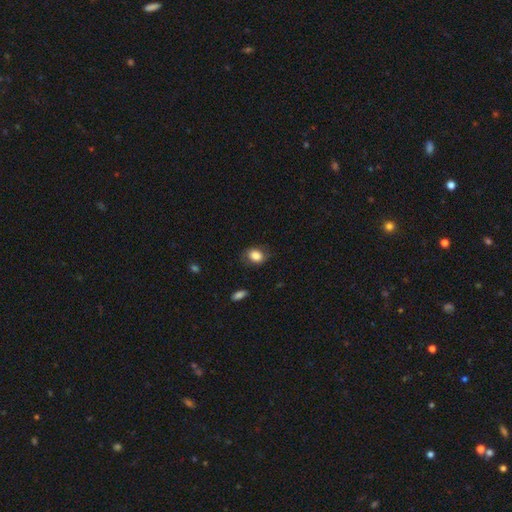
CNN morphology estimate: smooth-or-featured: smooth: 85% | star or artifact: 8% | featured or disk: 7%
  how-rounded: in between: 65% | round: 34% | cigar-shaped: 1%
  merging: none: 72% | minor disturbance: 21% | major disturbance: 6% | merger: 1%